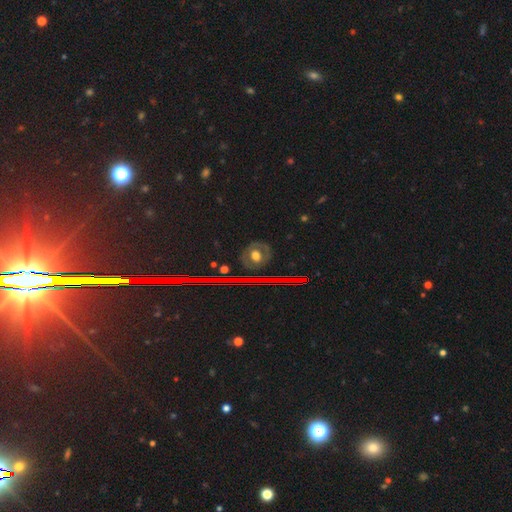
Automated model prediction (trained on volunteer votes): Smooth or featured? featured or disk (45%)
Merging? none (78%)